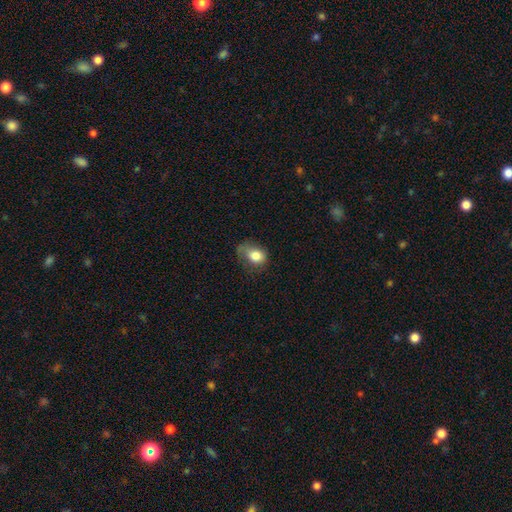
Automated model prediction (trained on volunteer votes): smooth 78%, featured or disk 13%, star or artifact 9%. Down the decision tree: how rounded — in between (57%); merging — minor disturbance (35%, tied with none).